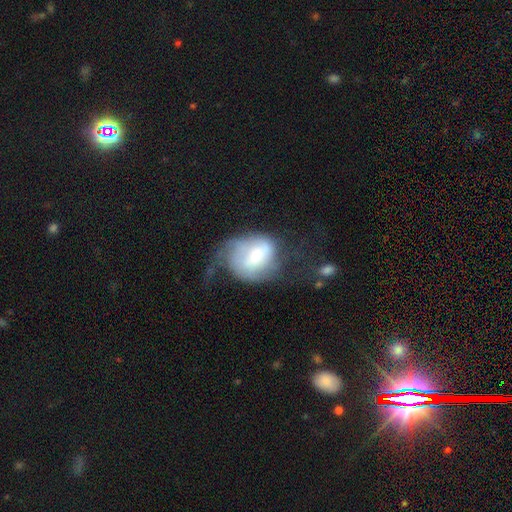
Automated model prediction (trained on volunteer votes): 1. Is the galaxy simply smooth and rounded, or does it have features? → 51% featured or disk, 41% smooth, 8% star or artifact.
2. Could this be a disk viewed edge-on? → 97% no, 3% yes.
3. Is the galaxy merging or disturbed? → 41% major disturbance, 30% none, 24% minor disturbance, 5% merger.